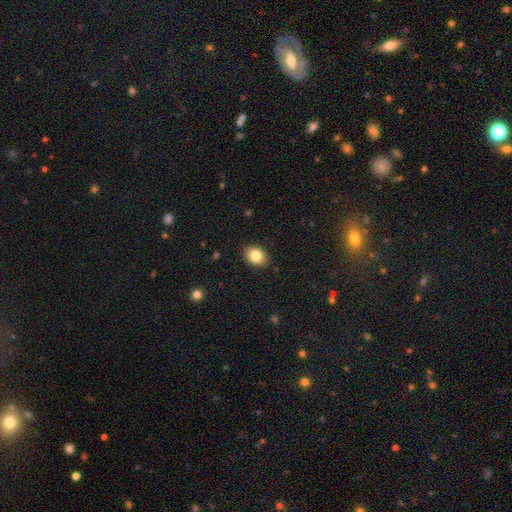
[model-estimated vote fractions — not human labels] Smooth or featured: smooth — 84% (star or artifact — 9%)
How rounded: in between — 65% (round — 34%)
Merging: none — 89% (minor disturbance — 8%)